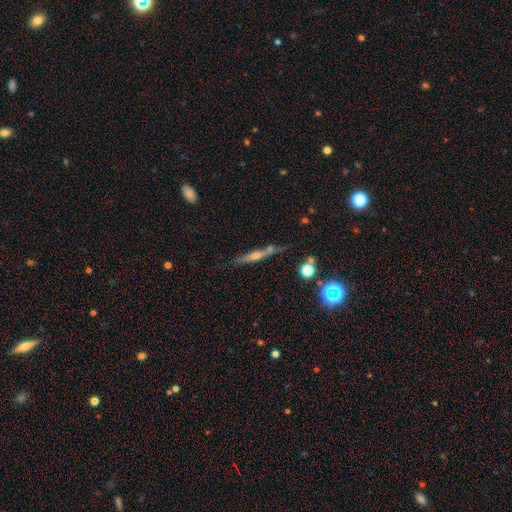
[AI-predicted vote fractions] A featured or disk galaxy (65%) viewed edge-on (94%) with a rounded central bulge (78%).

Vote fractions:
- Smooth or featured? featured or disk: 65% / smooth: 23% / star or artifact: 12%
- Edge-on disk? yes: 94% / no: 6%
- Edge-on bulge? rounded: 78% / none: 16% / boxy: 6%
- Merging? none: 74% / minor disturbance: 15% / merger: 8% / major disturbance: 4%